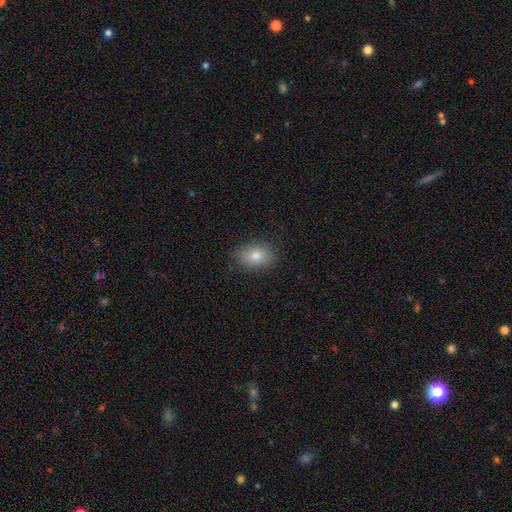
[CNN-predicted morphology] Smooth or featured: smooth — 79% (featured or disk — 11%)
How rounded: in between — 79% (round — 20%)
Merging: none — 85% (minor disturbance — 11%)